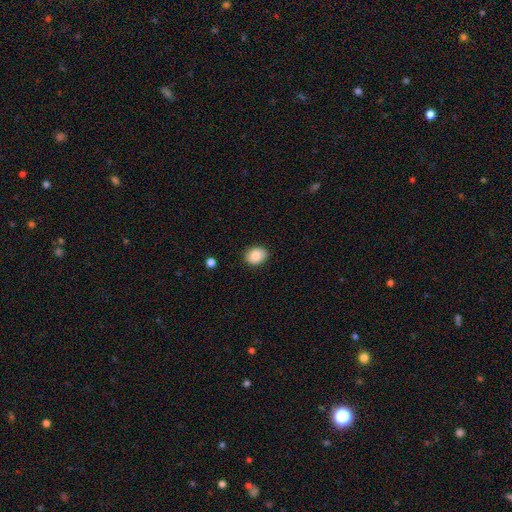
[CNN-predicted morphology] Q: Smooth or featured?
A: smooth (88%); runner-up: star or artifact (8%)
Q: How rounded?
A: in between (57%); runner-up: round (42%)
Q: Merging?
A: none (85%); runner-up: minor disturbance (11%)